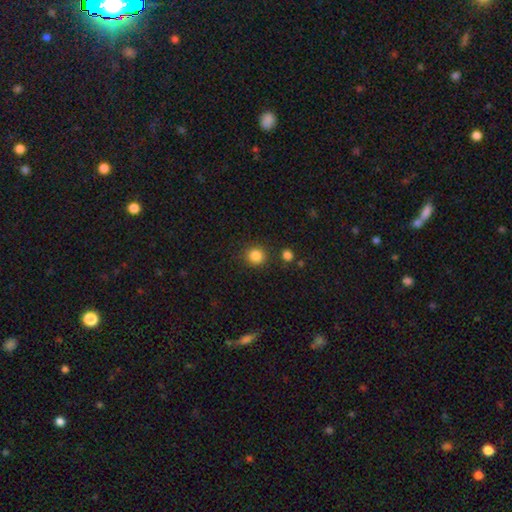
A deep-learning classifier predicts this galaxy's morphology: smooth_or_featured: smooth (p=0.85) [alt: star or artifact p=0.11]
how_rounded: round (p=0.89) [alt: in between p=0.10]
merging: none (p=0.86) [alt: minor disturbance p=0.08]